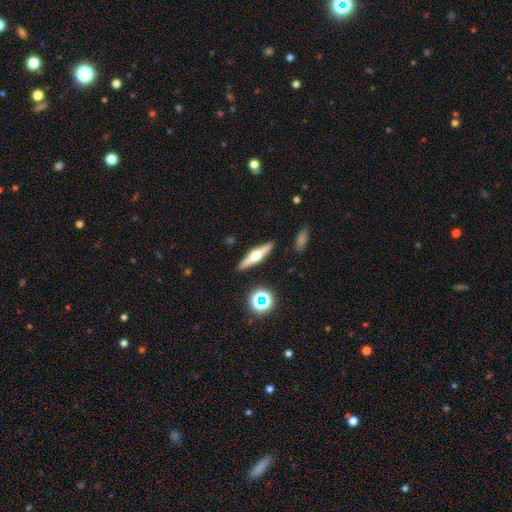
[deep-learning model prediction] Smooth or featured: featured or disk — 67% (smooth — 25%)
Edge-on disk: yes — 96% (no — 4%)
Edge-on bulge: rounded — 95% (boxy — 3%)
Merging: none — 90% (minor disturbance — 7%)